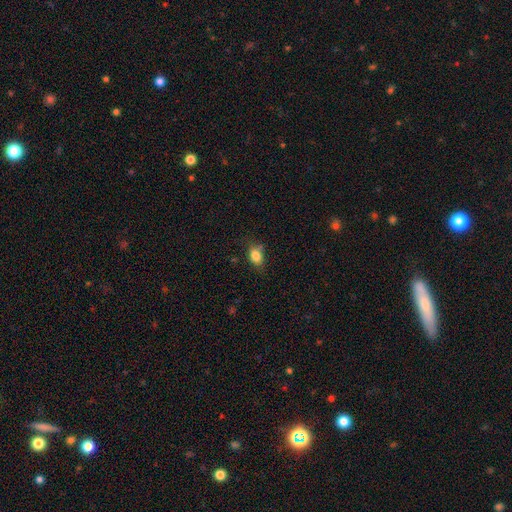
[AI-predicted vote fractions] Smooth or featured: smooth — 83% (star or artifact — 10%)
How rounded: in between — 75% (round — 23%)
Merging: none — 68% (minor disturbance — 21%)